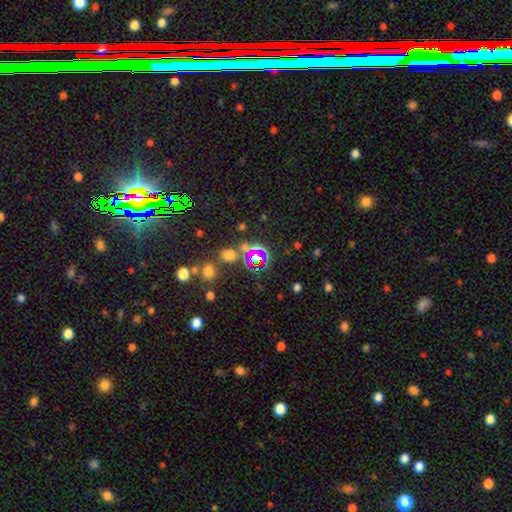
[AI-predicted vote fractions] This is possibly a star or artifact rather than a galaxy (58%).